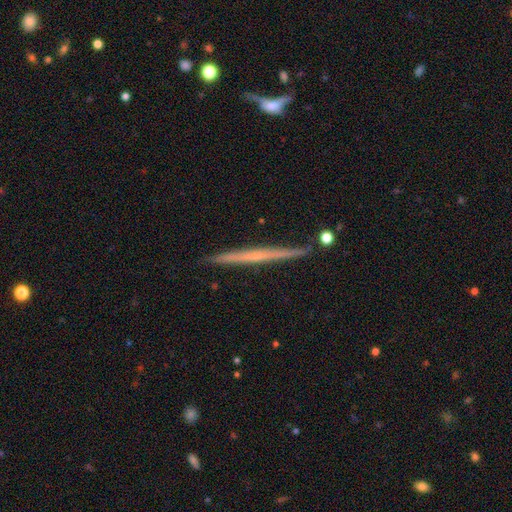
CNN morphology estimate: Overall: featured or disk (64%; smooth 30%). Edge-on disk: yes (98%). Edge-on bulge: none (77%). Merging: none (88%).